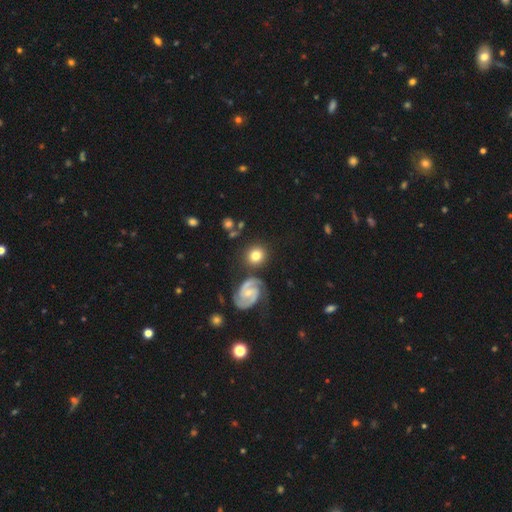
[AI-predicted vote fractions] The model was most divided on "smooth or featured": smooth: 65%, featured or disk: 27%, star or artifact: 8%. More confident: how rounded — round (88%); merging — none (80%).